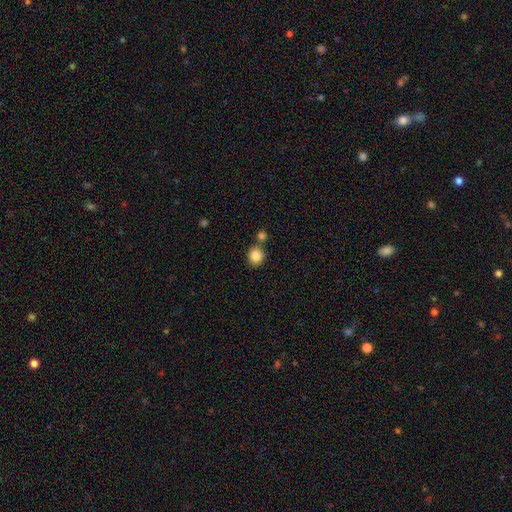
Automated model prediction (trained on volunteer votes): This is clearly a smooth galaxy (85%). How rounded: clearly round (82%). Merging: likely none (71%).